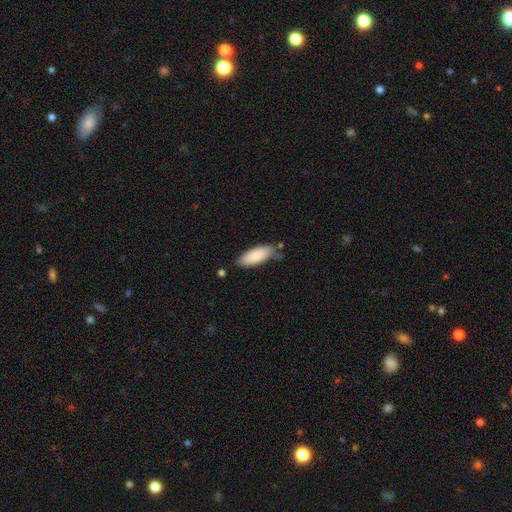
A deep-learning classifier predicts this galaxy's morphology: Smooth or featured? Predicted: smooth (p=0.83). How rounded? Predicted: in between (p=0.78). Merging? Predicted: none (p=0.68).